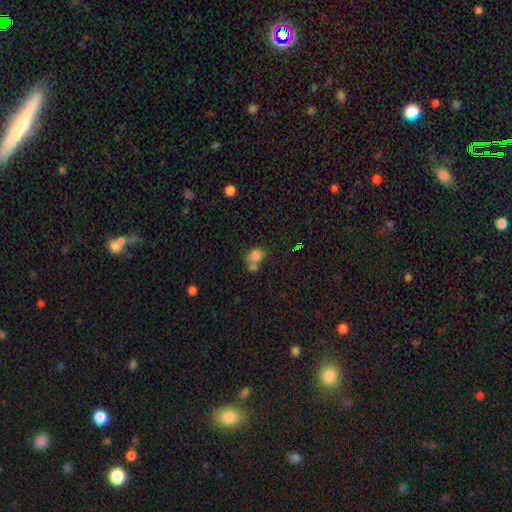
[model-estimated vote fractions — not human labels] Overall: smooth (76%). How rounded: round (59%; in between 40%). Merging: merger (48%; none 35%).